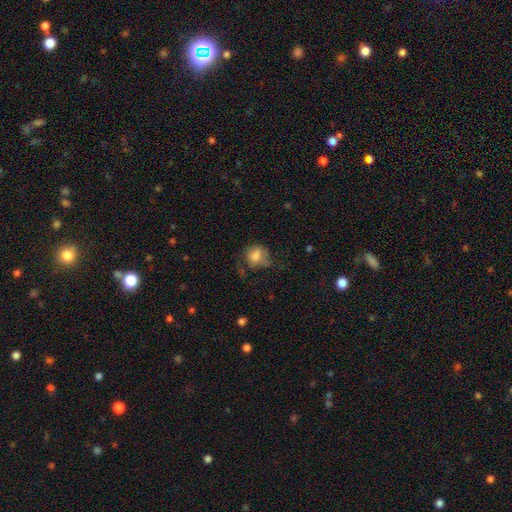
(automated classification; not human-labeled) Smooth or featured? Predicted: smooth (p=0.72). How rounded? Predicted: round (p=0.61). Merging? Predicted: none (p=0.39).